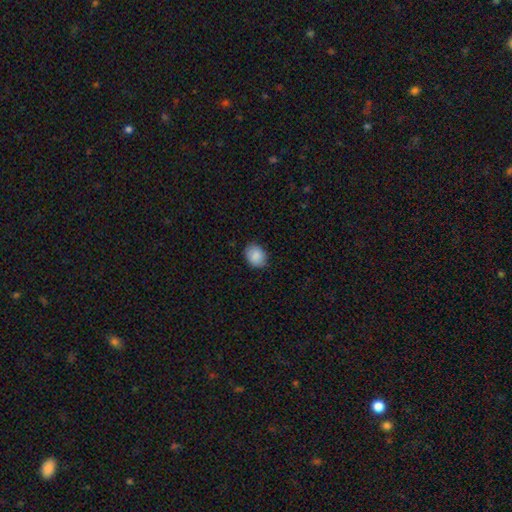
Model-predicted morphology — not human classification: This is clearly a smooth galaxy (89%). How rounded: possibly round (50%). Merging: clearly none (83%).